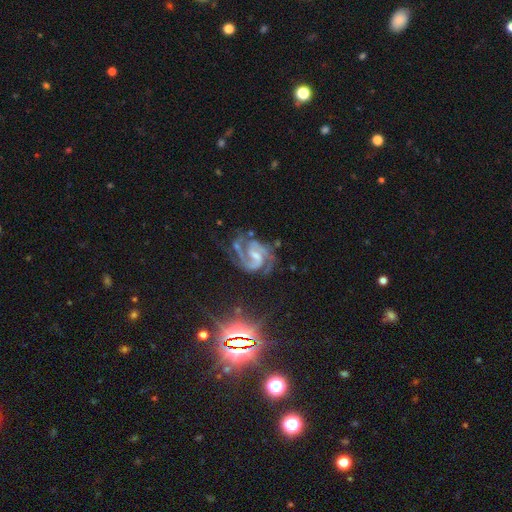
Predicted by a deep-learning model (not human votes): smooth_or_featured: featured or disk (p=0.90) [alt: star or artifact p=0.06]
disk_edge_on: no (p=0.98) [alt: yes p=0.02]
bar: weak (p=0.53) [alt: no p=0.24]
has_spiral_arms: yes (p=0.98) [alt: no p=0.02]
spiral_winding: medium (p=0.57) [alt: tight p=0.32]
spiral_arm_count: 2 (p=0.76) [alt: 3 p=0.11]
bulge_size: small (p=0.44) [alt: moderate p=0.33]
merging: none (p=0.53) [alt: minor disturbance p=0.21]